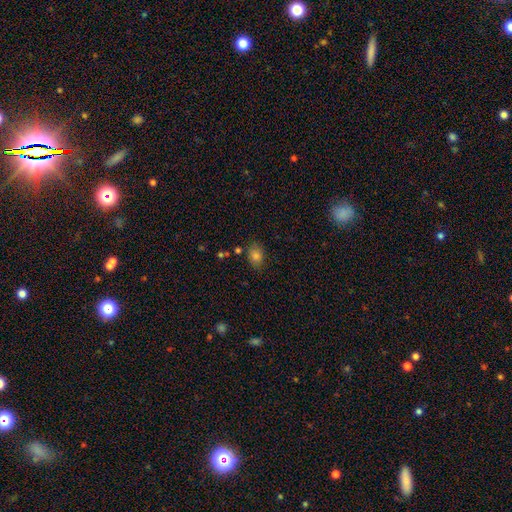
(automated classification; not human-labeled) Smooth or featured? smooth (79%)
How rounded? in between (72%)
Merging? none (79%)